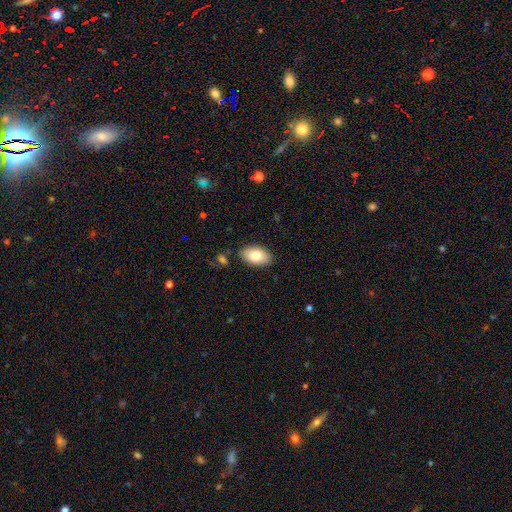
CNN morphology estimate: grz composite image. It shows a smooth galaxy with no disk features (80%) that is in between round and cigar-shaped (93%). Merging: none (87%).